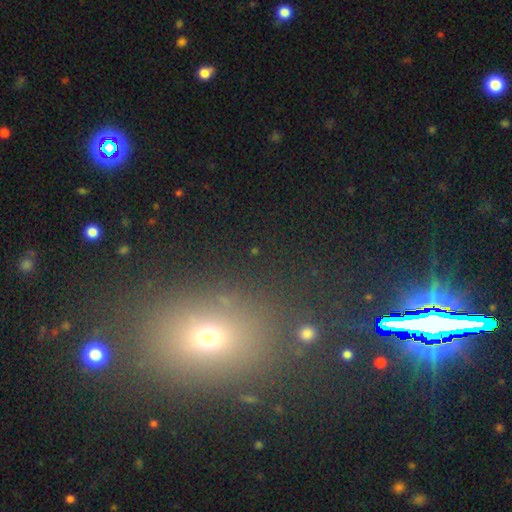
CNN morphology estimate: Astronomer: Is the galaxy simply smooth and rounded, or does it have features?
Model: star or artifact — 44% (runner-up: smooth, 43%).